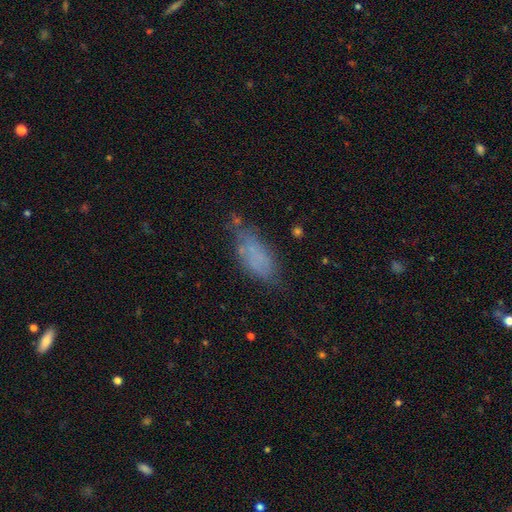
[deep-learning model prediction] Smooth or featured? smooth (65%)
How rounded? in between (77%)
Merging? none (55%)